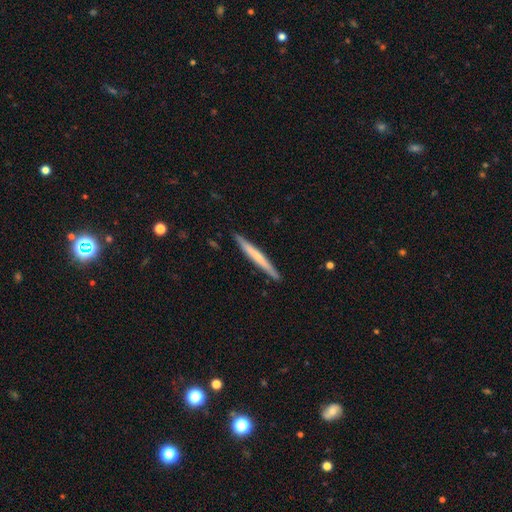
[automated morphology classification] Smooth or featured? Predicted: smooth (p=0.50). Merging? Predicted: none (p=0.91).